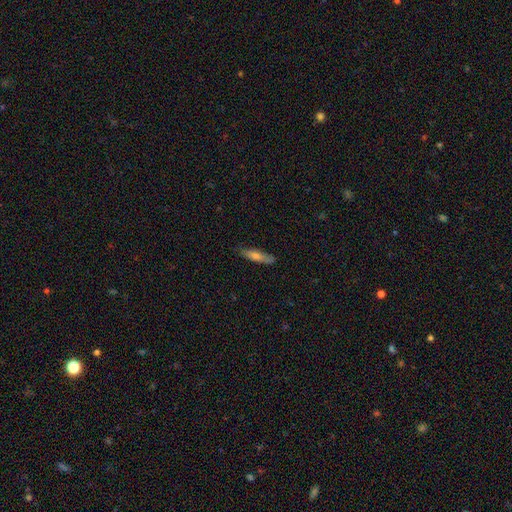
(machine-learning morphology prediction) A smooth galaxy with no disk features (59%) that is cigar-shaped (76%). Merging: none (84%).